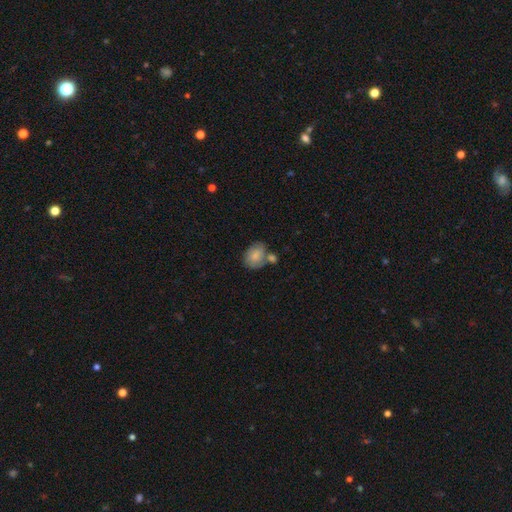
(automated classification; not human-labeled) Smooth or featured? smooth (78%)
How rounded? in between (63%)
Merging? none (46%)